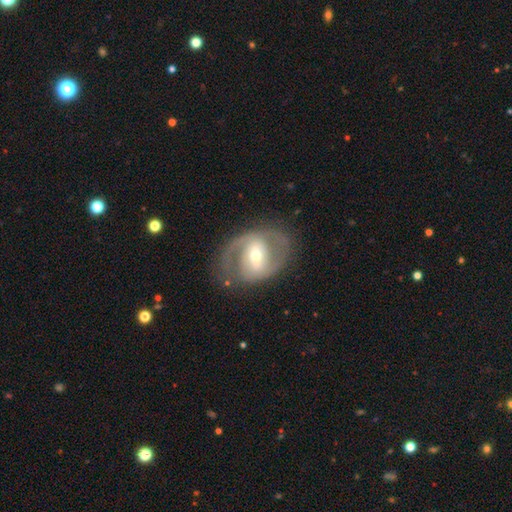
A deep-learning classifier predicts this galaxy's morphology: Q: Smooth or featured?
A: featured or disk (83%); runner-up: smooth (12%)
Q: Edge-on disk?
A: no (96%); runner-up: yes (4%)
Q: Bar?
A: strong (41%); runner-up: weak (38%)
Q: Spiral arms?
A: yes (85%); runner-up: no (15%)
Q: Spiral winding?
A: medium (53%); runner-up: tight (24%)
Q: Spiral arm count?
A: 2 (85%); runner-up: can't tell (7%)
Q: Bulge size?
A: small (48%); runner-up: moderate (46%)
Q: Merging?
A: none (75%); runner-up: minor disturbance (14%)